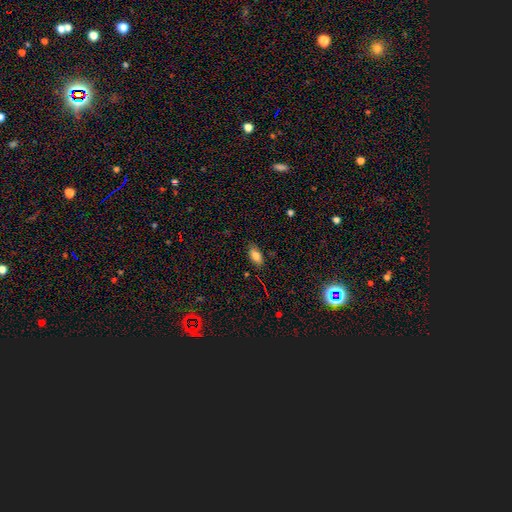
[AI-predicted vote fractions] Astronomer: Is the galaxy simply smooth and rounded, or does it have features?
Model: smooth — 80%.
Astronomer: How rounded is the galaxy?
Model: in between — 87%.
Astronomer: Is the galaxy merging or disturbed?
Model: none — 82%.